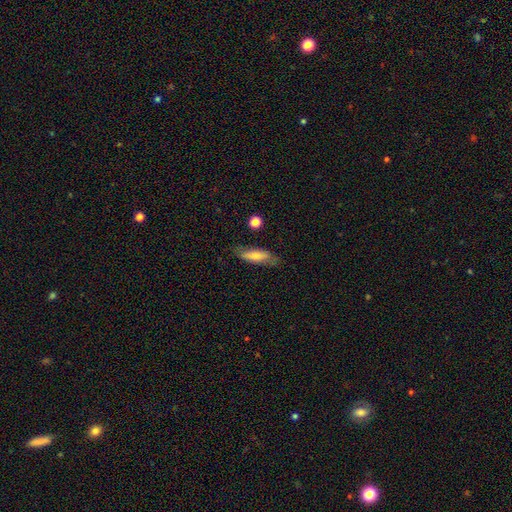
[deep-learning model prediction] smooth-or-featured: smooth: 66% | featured or disk: 28% | star or artifact: 7%
  how-rounded: in between: 49% (tied) | cigar-shaped: 49% (tied) | round: 2%
  merging: none: 73% | minor disturbance: 19% | major disturbance: 5% | merger: 2%